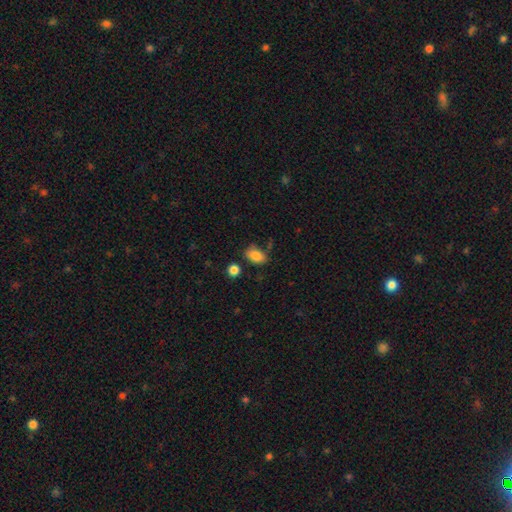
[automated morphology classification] The model was most divided on "merging": none: 69%, minor disturbance: 19%, merger: 7%, major disturbance: 5%. More confident: how rounded — in between (87%); smooth or featured — smooth (84%).